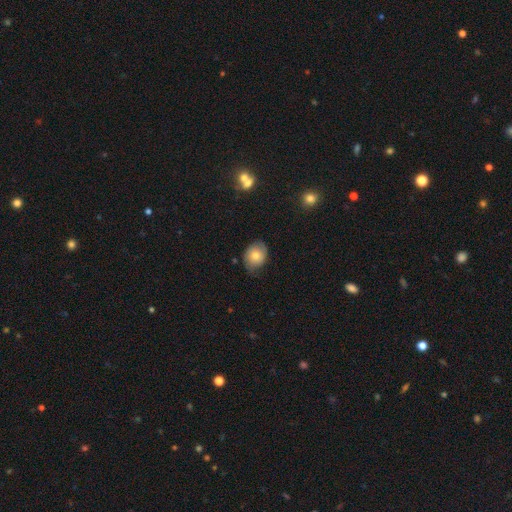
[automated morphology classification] Smooth or featured: smooth — 70% (featured or disk — 21%)
How rounded: in between — 51% (round — 48%)
Merging: none — 63% (minor disturbance — 28%)